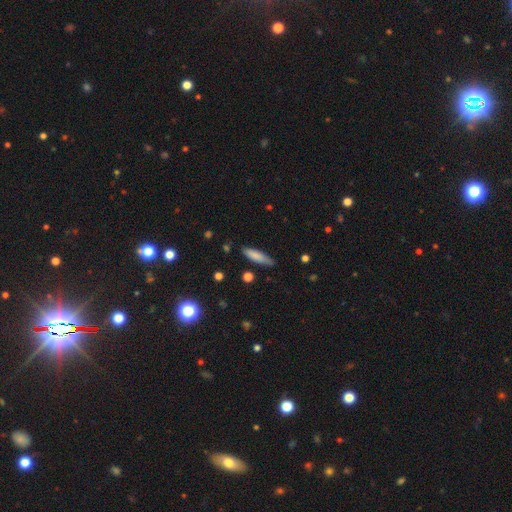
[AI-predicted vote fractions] A smooth galaxy with no disk features (80%) that is cigar-shaped (70%). Merging: none (81%).